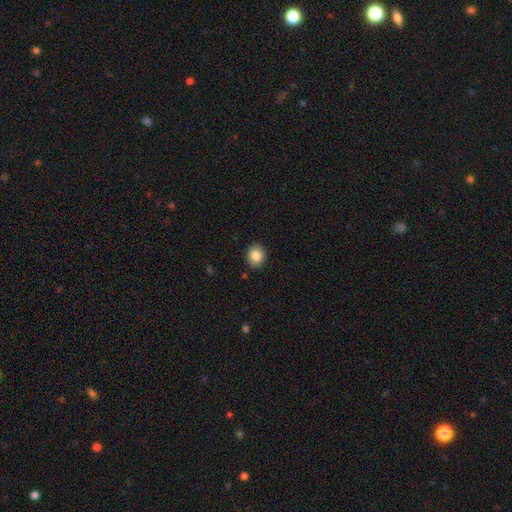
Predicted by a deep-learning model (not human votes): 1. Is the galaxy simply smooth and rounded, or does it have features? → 85% smooth, 9% star or artifact, 6% featured or disk.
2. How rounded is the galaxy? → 66% round, 33% in between, 1% cigar-shaped.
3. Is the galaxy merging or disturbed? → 88% none, 9% minor disturbance, 2% major disturbance, 1% merger.